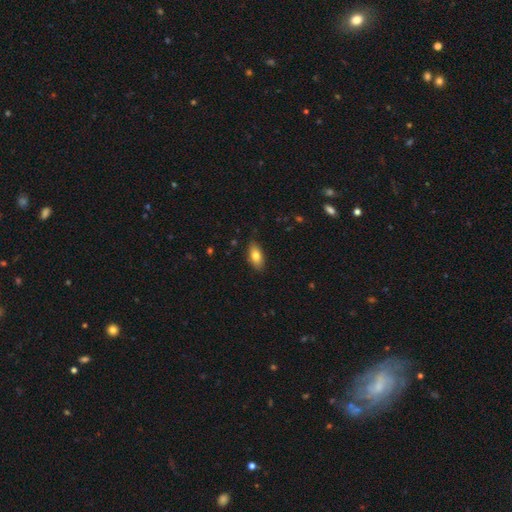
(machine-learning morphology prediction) smooth 79%, featured or disk 14%, star or artifact 7%. Down the decision tree: how rounded — in between (88%); merging — none (85%).